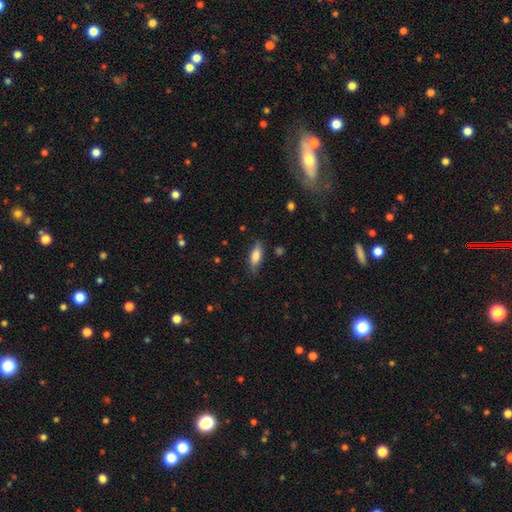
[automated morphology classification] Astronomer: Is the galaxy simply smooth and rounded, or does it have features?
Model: smooth — 78%.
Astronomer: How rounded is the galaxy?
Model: in between — 67%.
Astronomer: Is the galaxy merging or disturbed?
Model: none — 78%.